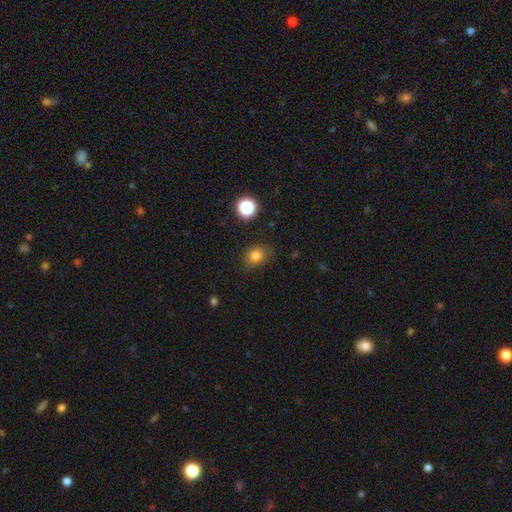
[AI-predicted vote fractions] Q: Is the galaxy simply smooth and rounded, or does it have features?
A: smooth — 81%.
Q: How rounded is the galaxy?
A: round — 59%.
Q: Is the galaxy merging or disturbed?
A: none — 75%.